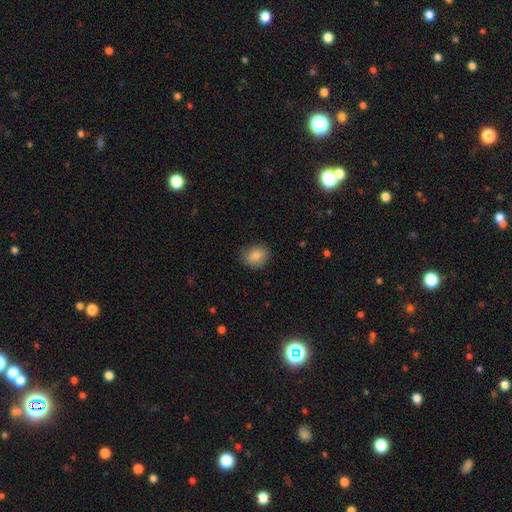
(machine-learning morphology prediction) Smooth or featured? smooth (84%)
How rounded? round (53%)
Merging? none (82%)